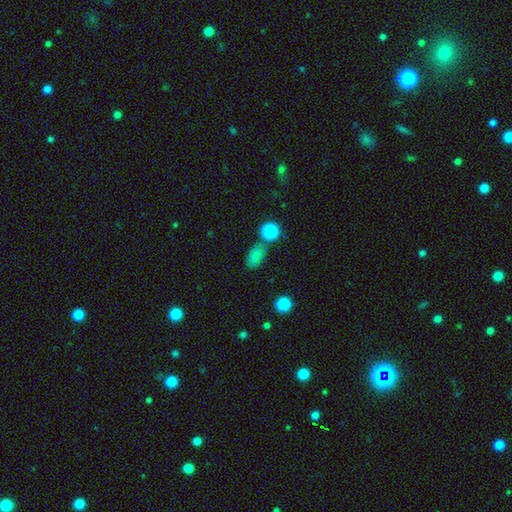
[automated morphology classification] A smooth galaxy with no disk features (79%) that is in between round and cigar-shaped (82%). Merging: none (64%).